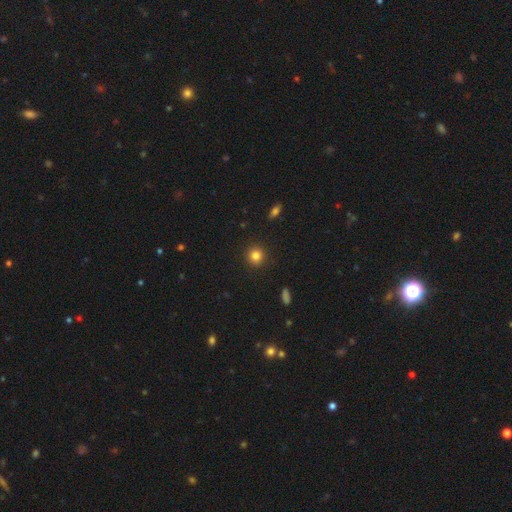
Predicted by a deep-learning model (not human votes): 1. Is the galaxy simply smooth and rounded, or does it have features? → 83% smooth, 11% star or artifact, 5% featured or disk.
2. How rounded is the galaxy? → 91% round, 8% in between, 1% cigar-shaped.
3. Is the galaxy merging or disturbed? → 91% none, 6% minor disturbance, 2% major disturbance, 1% merger.